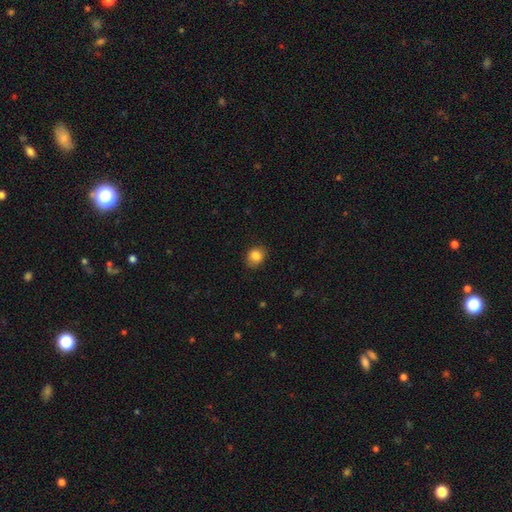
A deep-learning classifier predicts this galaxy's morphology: Smooth or featured? Predicted: smooth (p=0.84). How rounded? Predicted: round (p=0.62). Merging? Predicted: none (p=0.81).